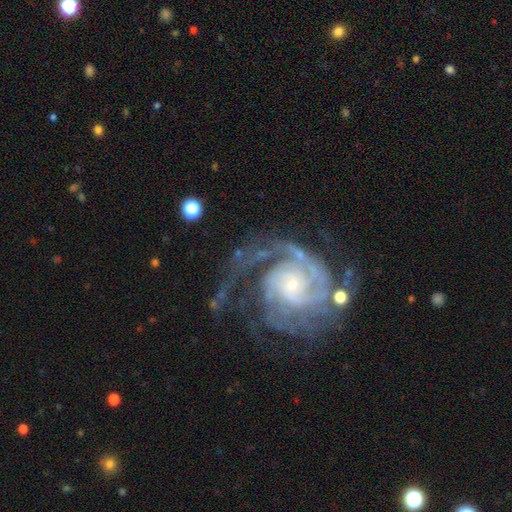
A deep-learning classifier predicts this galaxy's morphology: featured or disk 89%, star or artifact 7%, smooth 4%. Down the decision tree: edge-on disk — no (98%); bar — no (59%); spiral arms — yes (98%); spiral arm count — 2 (41%); spiral winding — tight (63%); bulge size — small (54%); merging — none (65%).